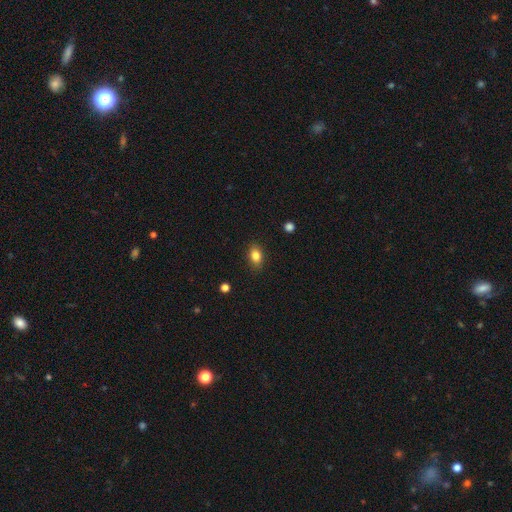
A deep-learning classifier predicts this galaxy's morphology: A smooth galaxy with no disk features (83%) that is in between round and cigar-shaped (78%). Merging: none (86%).